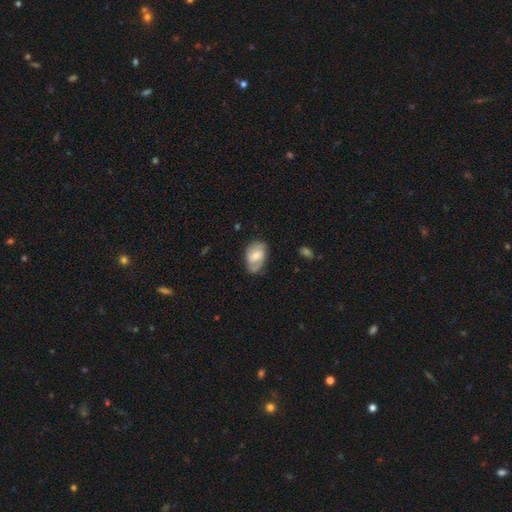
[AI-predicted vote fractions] Smooth or featured? Predicted: featured or disk (p=0.51). Edge-on disk? Predicted: no (p=0.96). Merging? Predicted: none (p=0.64).